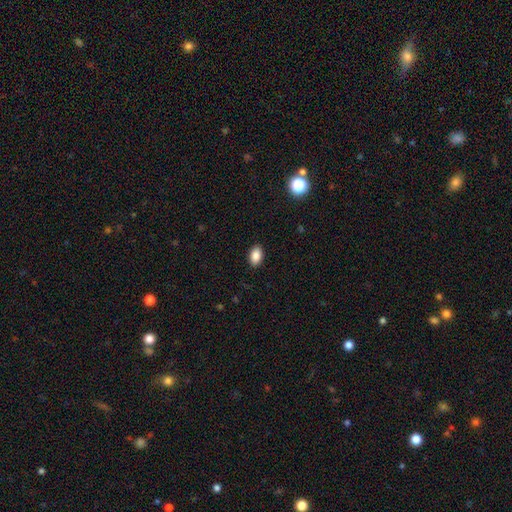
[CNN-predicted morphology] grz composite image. It shows a smooth galaxy with no disk features (87%) that is in between round and cigar-shaped (90%). Merging: none (90%).